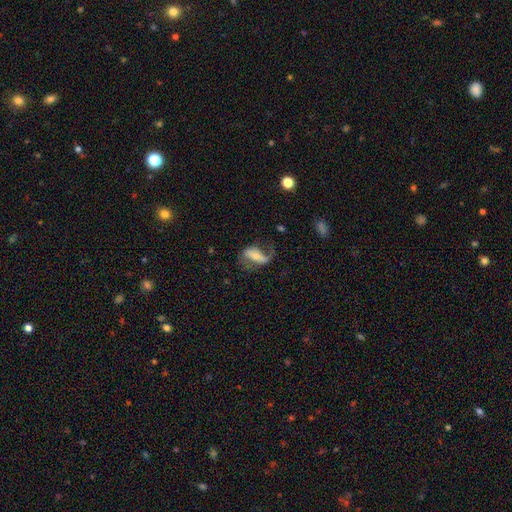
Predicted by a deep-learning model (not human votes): This appears to be a featured or disk galaxy (67%) with a strong bar (52%), spiral arms (81%) and a small central bulge (47%). Merging: none (52%).